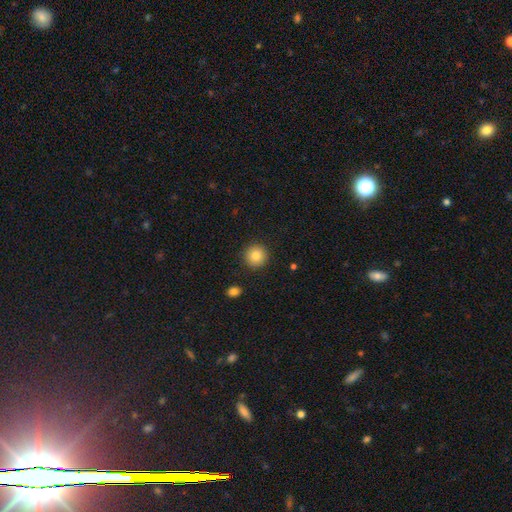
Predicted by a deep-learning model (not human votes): Morphology: type=smooth (85%); roundness=round (94%); merging=none (91%).